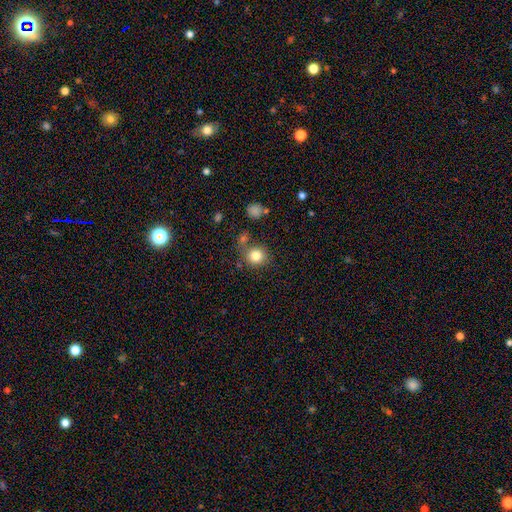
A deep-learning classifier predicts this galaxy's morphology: Smooth or featured? smooth (81%)
How rounded? round (88%)
Merging? none (72%)